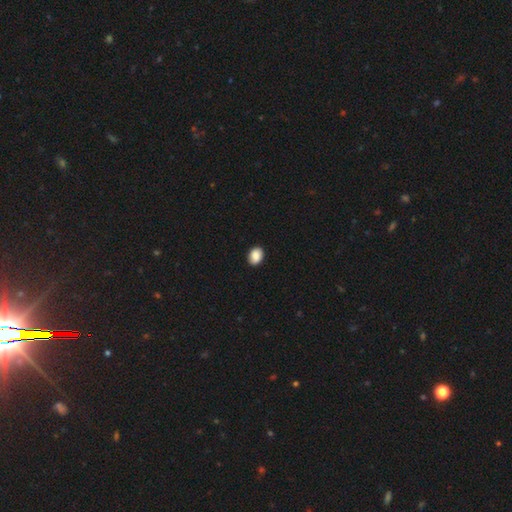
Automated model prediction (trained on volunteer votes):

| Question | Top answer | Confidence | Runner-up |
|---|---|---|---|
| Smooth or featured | smooth | 88% | star or artifact (7%) |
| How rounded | in between | 70% | round (29%) |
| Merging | none | 90% | minor disturbance (7%) |